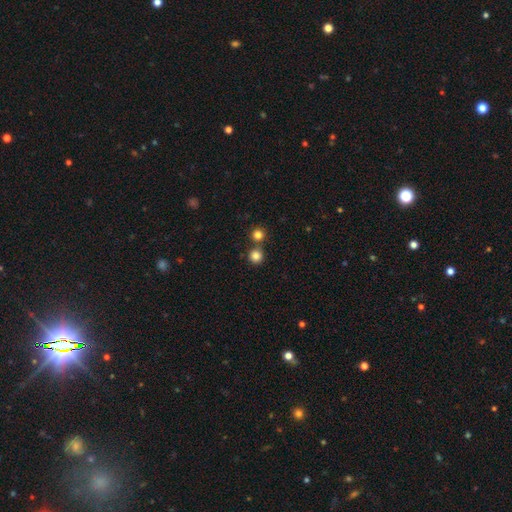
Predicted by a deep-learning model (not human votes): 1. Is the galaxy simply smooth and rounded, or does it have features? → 82% smooth, 13% star or artifact, 5% featured or disk.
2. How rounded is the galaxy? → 93% round, 6% in between, 1% cigar-shaped.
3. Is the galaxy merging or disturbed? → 70% none, 21% merger, 6% minor disturbance, 2% major disturbance.